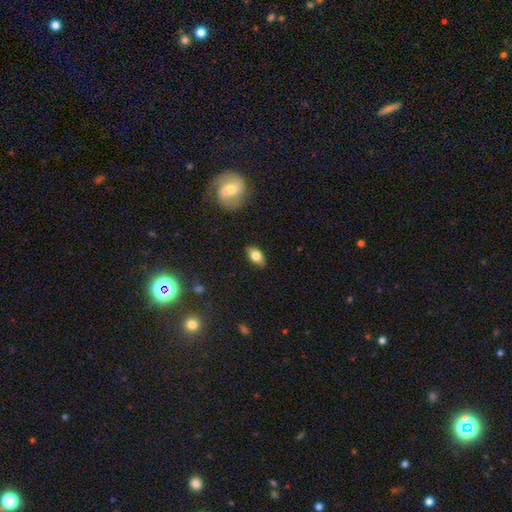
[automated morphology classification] Smooth or featured: smooth — 74% (featured or disk — 18%)
How rounded: in between — 88% (round — 6%)
Merging: none — 85% (minor disturbance — 11%)